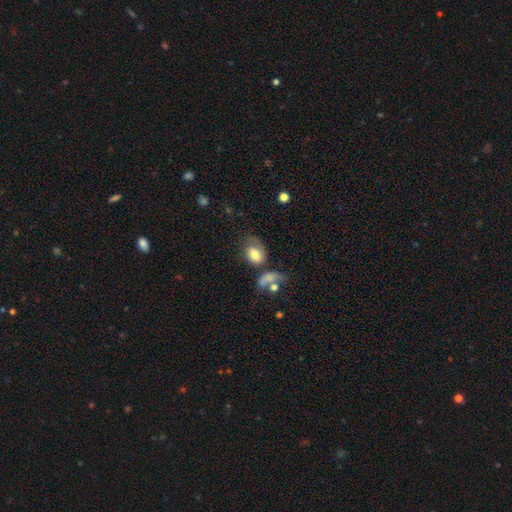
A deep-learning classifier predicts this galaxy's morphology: smooth 60%, featured or disk 27%, star or artifact 14%. Down the decision tree: how rounded — in between (64%); merging — major disturbance (32%).